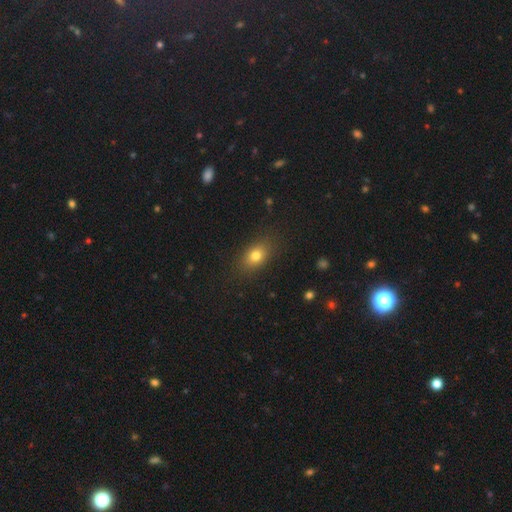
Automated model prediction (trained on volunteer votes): Overall: smooth (78%). How rounded: in between (73%). Merging: none (84%).